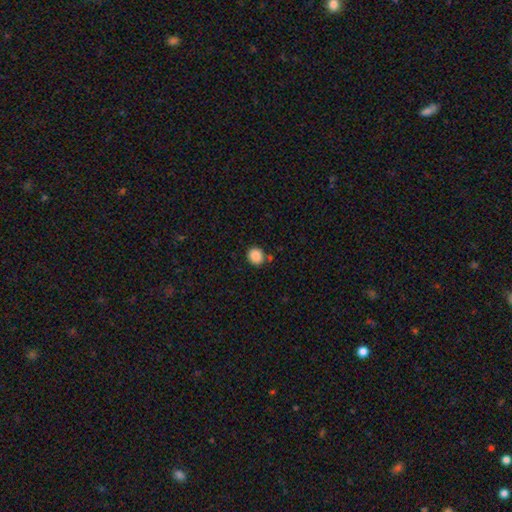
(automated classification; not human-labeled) Morphology: type=smooth (87%); roundness=round (78%); merging=none (82%).